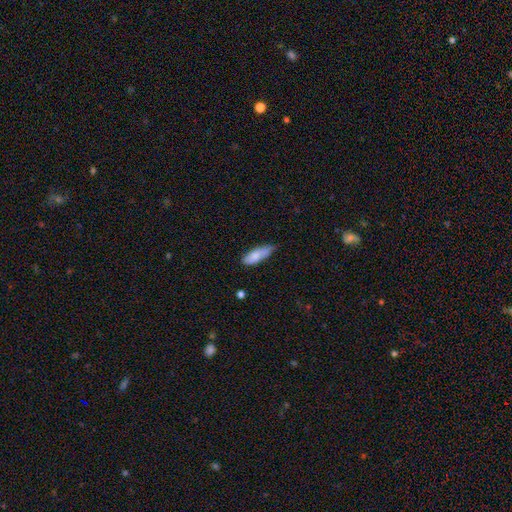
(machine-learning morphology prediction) smooth-or-featured: smooth: 83% | featured or disk: 11% | star or artifact: 6%
  how-rounded: in between: 60% | cigar-shaped: 38% | round: 2%
  merging: none: 55% | minor disturbance: 37% | major disturbance: 6% | merger: 2%